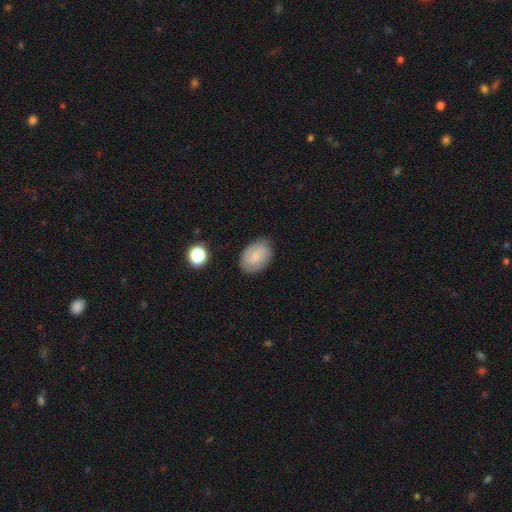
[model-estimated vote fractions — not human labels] This appears to be a smooth galaxy with no disk features (63%) that is in between round and cigar-shaped (81%). Merging: none (79%).